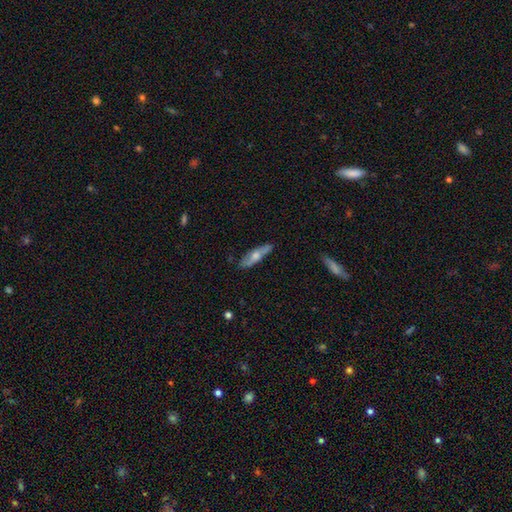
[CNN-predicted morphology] This appears to be a smooth galaxy with no disk features (53%) that is cigar-shaped (63%). Merging: none (82%).